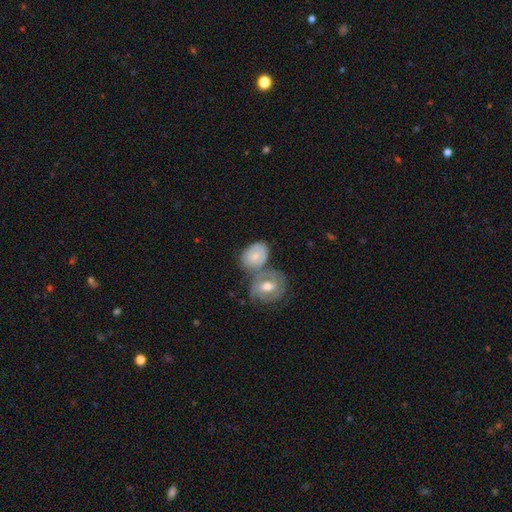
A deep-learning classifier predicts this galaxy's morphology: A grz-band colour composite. It shows a smooth galaxy with no disk features (50%). Merging: merger (49%).